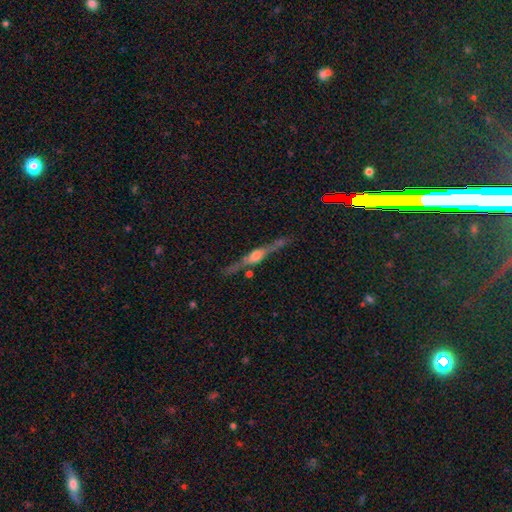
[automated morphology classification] smooth-or-featured: featured or disk: 82% | smooth: 11% | star or artifact: 7%
  disk-edge-on: yes: 97% | no: 3%
    edge-on-bulge: rounded: 79% | boxy: 16% | none: 4%
  merging: none: 84% | minor disturbance: 11% | major disturbance: 3% | merger: 2%